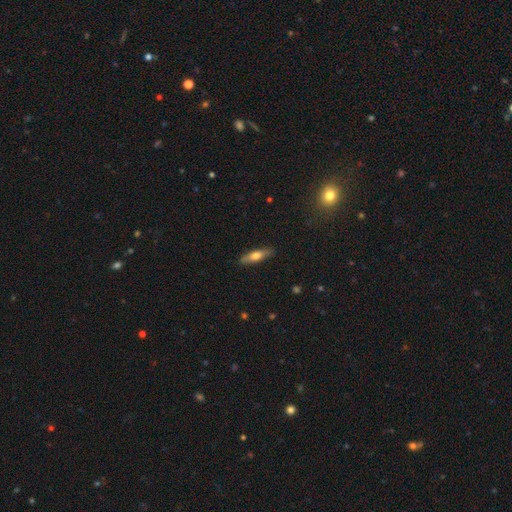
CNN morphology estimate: smooth 58%, featured or disk 36%, star or artifact 6%. Down the decision tree: how rounded — cigar-shaped (69%); merging — none (88%).